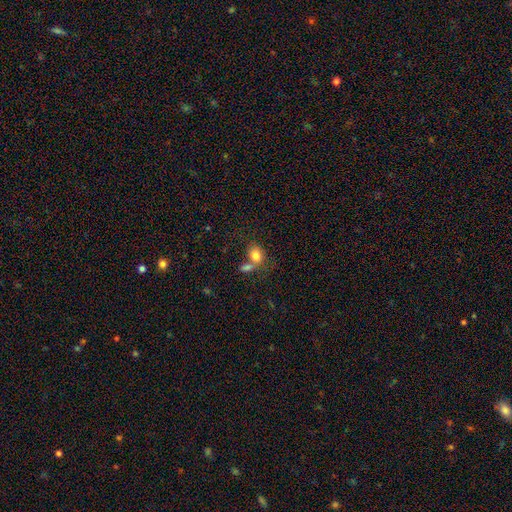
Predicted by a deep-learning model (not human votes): smooth-or-featured: smooth: 81% | featured or disk: 10% | star or artifact: 9%
  how-rounded: in between: 59% | round: 40% | cigar-shaped: 1%
  merging: none: 41% | merger: 40% | minor disturbance: 12% | major disturbance: 7%